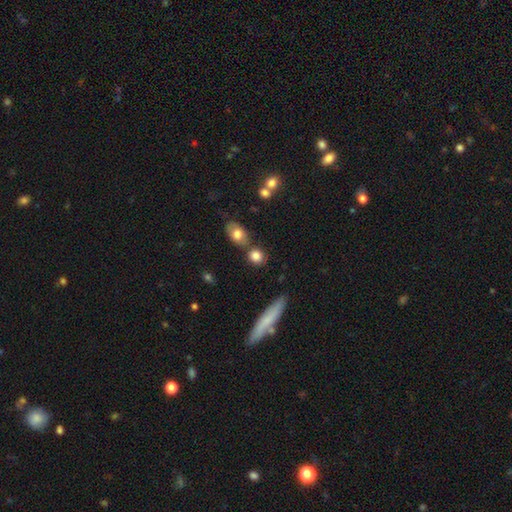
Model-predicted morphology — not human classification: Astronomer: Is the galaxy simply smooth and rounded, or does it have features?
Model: smooth — 83%.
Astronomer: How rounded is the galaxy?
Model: round — 68%.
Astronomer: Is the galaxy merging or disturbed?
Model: none — 64%.